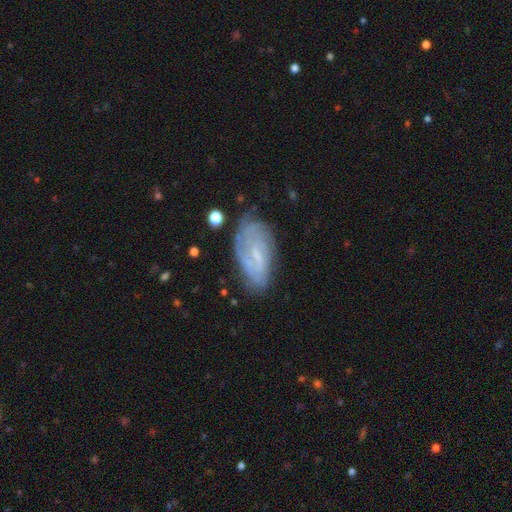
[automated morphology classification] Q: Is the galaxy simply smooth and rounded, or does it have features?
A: featured or disk — 65%.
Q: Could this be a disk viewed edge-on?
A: no — 92%.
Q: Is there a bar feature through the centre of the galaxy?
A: weak — 48%.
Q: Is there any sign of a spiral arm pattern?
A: yes — 81%.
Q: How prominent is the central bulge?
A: small — 61%.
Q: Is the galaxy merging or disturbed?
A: none — 66%.